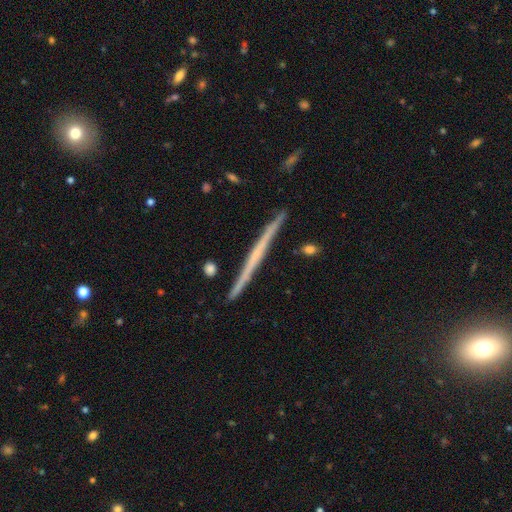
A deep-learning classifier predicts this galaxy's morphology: Smooth or featured? featured or disk (63%)
Edge-on disk? yes (98%)
Edge-on bulge? none (83%)
Merging? none (90%)